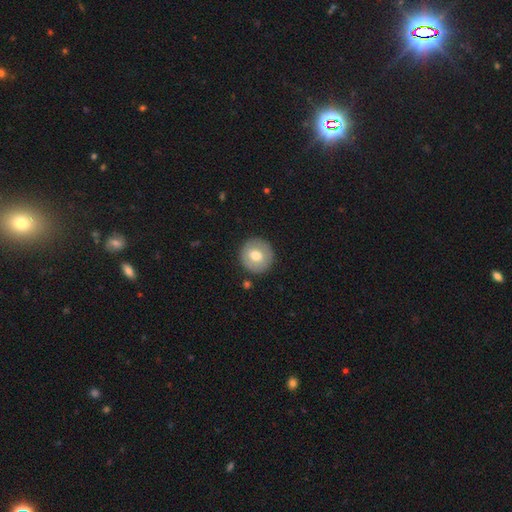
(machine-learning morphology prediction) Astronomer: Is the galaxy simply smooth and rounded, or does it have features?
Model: smooth — 66%.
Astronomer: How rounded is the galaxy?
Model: round — 93%.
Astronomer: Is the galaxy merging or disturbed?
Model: none — 88%.